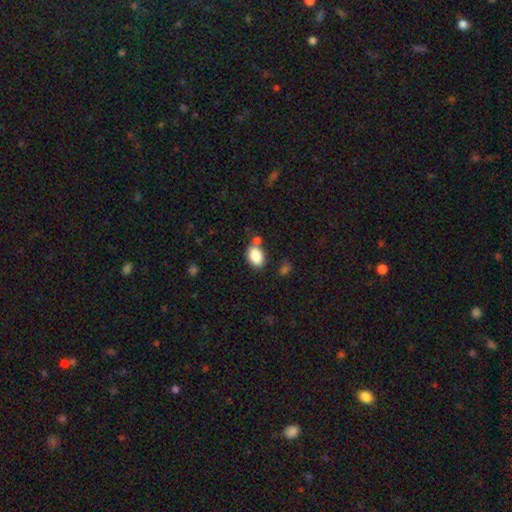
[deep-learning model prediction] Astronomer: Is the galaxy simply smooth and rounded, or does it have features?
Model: smooth — 86%.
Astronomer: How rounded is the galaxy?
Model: in between — 84%.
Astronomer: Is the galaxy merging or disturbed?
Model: none — 66%.